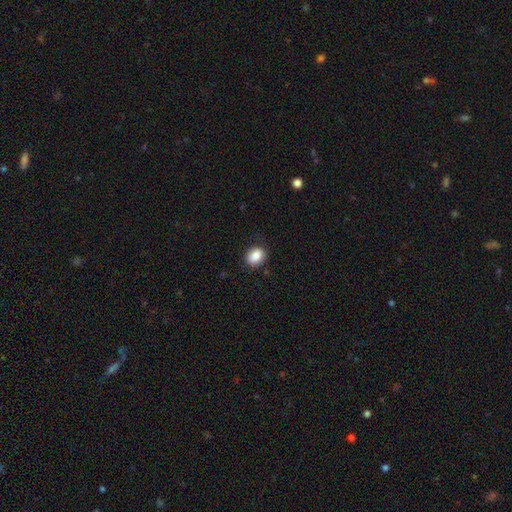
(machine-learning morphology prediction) smooth_or_featured: smooth (p=0.86) [alt: star or artifact p=0.08]
how_rounded: in between (p=0.52) [alt: round p=0.47]
merging: none (p=0.81) [alt: minor disturbance p=0.14]